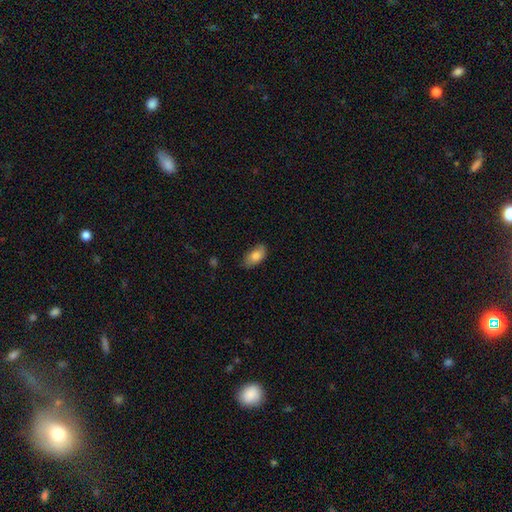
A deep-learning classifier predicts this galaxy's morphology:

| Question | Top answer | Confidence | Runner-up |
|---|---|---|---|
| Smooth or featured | smooth | 80% | featured or disk (13%) |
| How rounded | in between | 93% | round (4%) |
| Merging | none | 77% | minor disturbance (19%) |